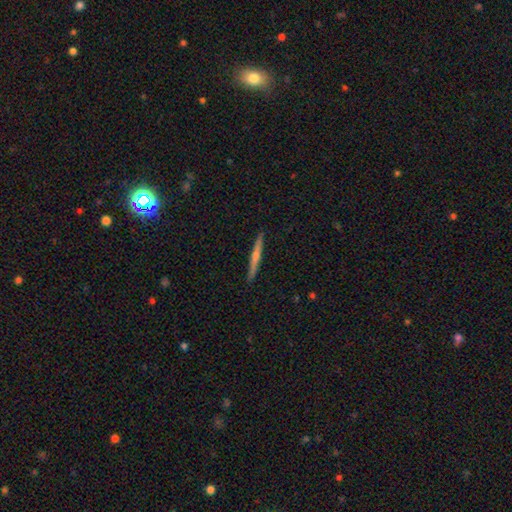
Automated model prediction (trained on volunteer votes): smooth_or_featured: featured or disk (p=0.64) [alt: smooth p=0.28]
disk_edge_on: yes (p=0.98) [alt: no p=0.02]
edge_on_bulge: rounded (p=0.65) [alt: none p=0.29]
merging: none (p=0.92) [alt: minor disturbance p=0.06]